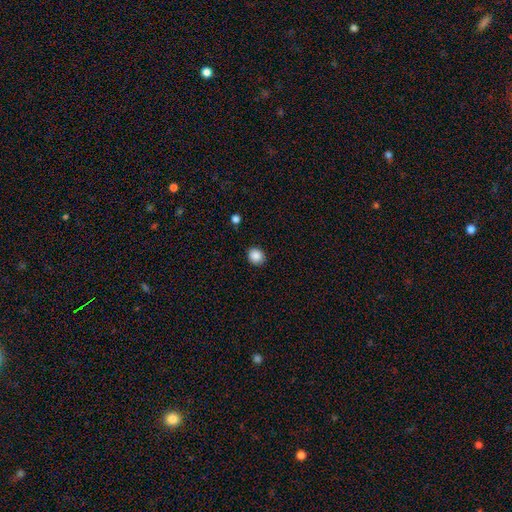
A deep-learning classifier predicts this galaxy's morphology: smooth 87%, star or artifact 10%, featured or disk 3%. Down the decision tree: how rounded — round (77%); merging — none (88%).